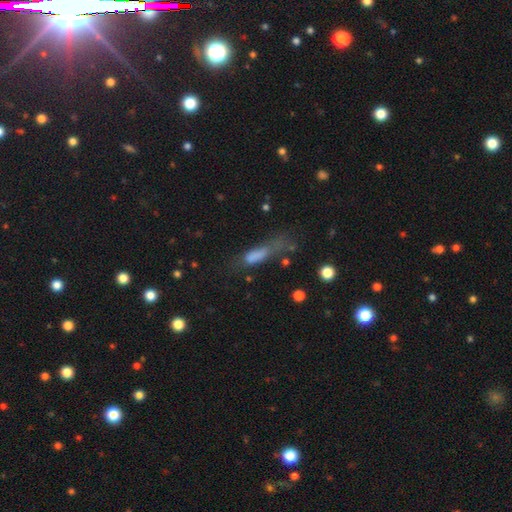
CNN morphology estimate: Smooth or featured? Predicted: smooth (p=0.69). How rounded? Predicted: cigar-shaped (p=0.50). Merging? Predicted: major disturbance (p=0.41).